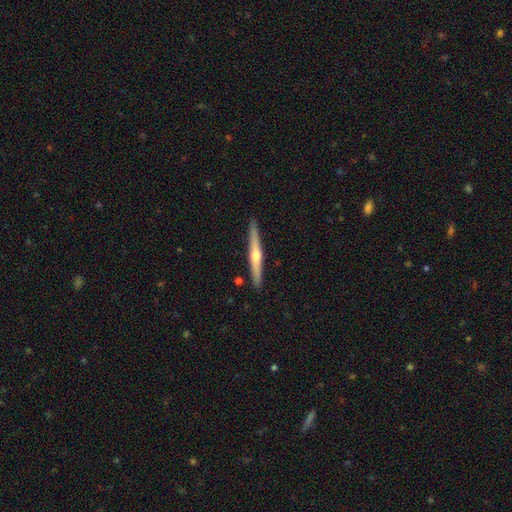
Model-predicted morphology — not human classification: Smooth or featured?
  - featured or disk: 68% *
  - smooth: 27%
  - star or artifact: 5%
Edge-on disk?
  - yes: 98% *
  - no: 2%
Edge-on bulge?
  - rounded: 88% *
  - none: 9%
  - boxy: 3%
Merging?
  - none: 91% *
  - minor disturbance: 6%
  - merger: 1%
  - major disturbance: 1%